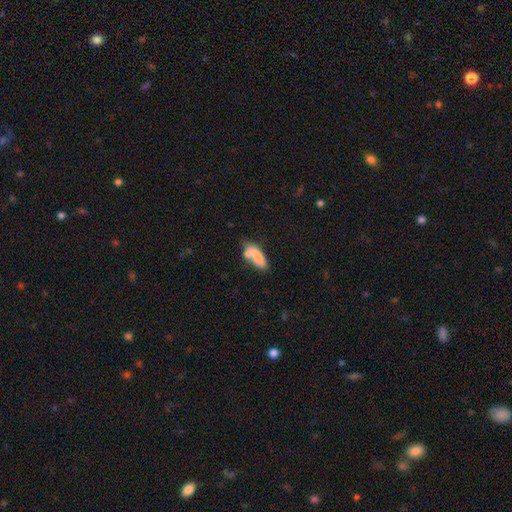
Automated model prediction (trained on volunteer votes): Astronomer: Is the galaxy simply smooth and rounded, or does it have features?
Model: smooth — 76%.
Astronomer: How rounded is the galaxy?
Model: in between — 76%.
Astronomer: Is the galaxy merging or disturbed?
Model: none — 39% (runner-up: merger, 34%).